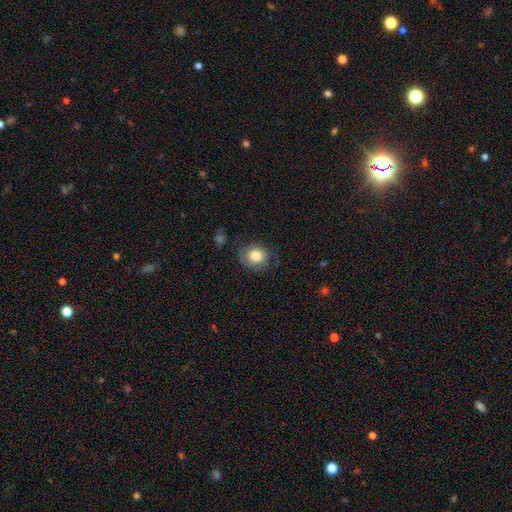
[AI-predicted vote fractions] smooth 78%, featured or disk 13%, star or artifact 8%. Down the decision tree: how rounded — round (71%); merging — none (70%).